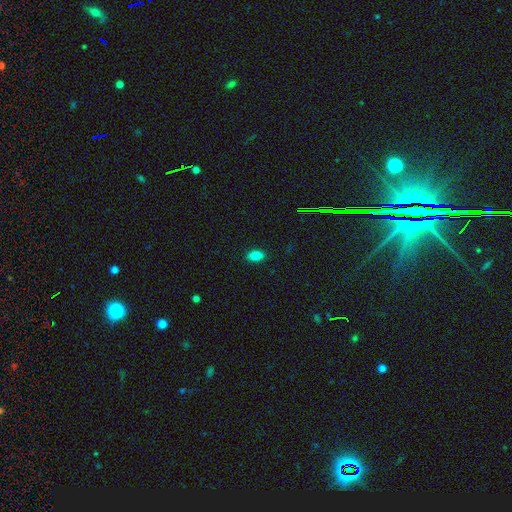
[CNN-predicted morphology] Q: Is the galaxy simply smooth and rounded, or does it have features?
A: smooth — 83%.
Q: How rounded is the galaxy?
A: in between — 89%.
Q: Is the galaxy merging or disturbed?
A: none — 89%.